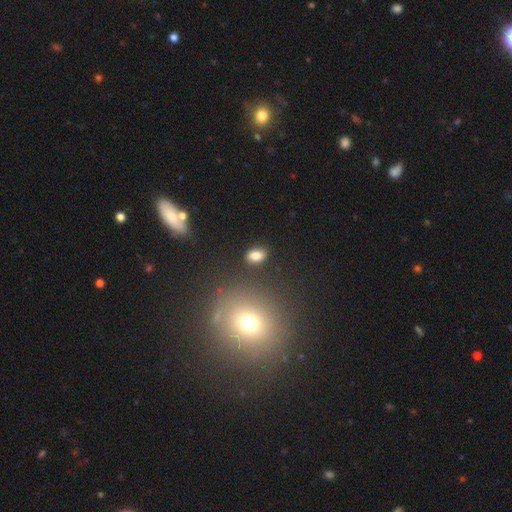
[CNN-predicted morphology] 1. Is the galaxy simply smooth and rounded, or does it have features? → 82% smooth, 11% star or artifact, 7% featured or disk.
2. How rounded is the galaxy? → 84% in between, 14% round, 2% cigar-shaped.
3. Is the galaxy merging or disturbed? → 84% none, 10% minor disturbance, 4% merger, 3% major disturbance.